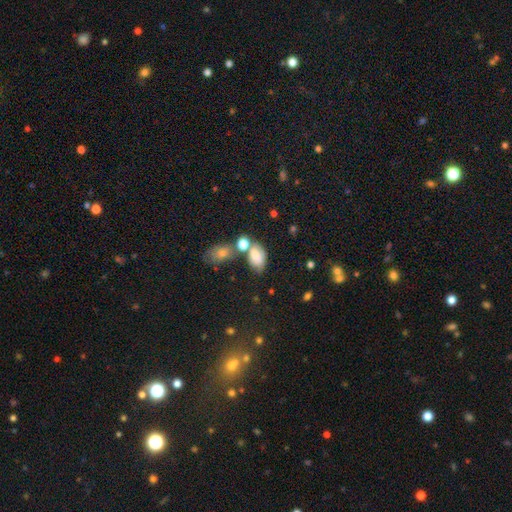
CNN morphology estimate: smooth 70%, featured or disk 19%, star or artifact 11%. Down the decision tree: how rounded — in between (88%); merging — none (37%).